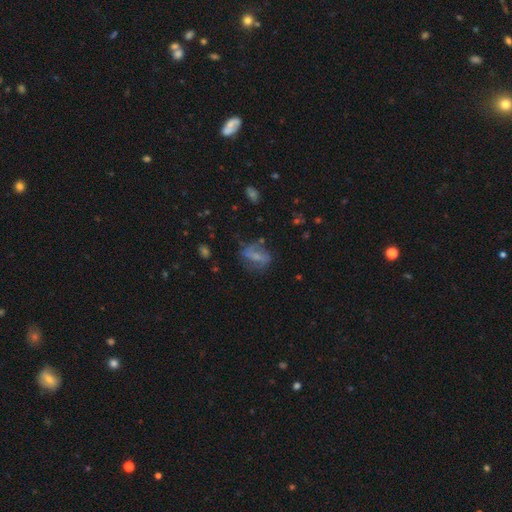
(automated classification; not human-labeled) featured or disk 51%, smooth 38%, star or artifact 11%. Down the decision tree: edge-on disk — no (93%); merging — none (62%).